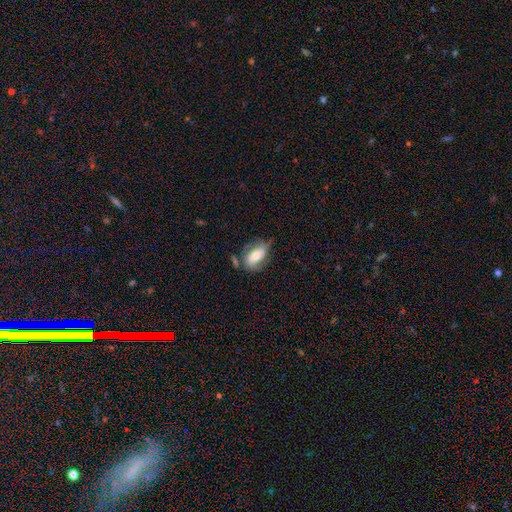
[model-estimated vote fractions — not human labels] This appears to be a smooth galaxy with no disk features (58%) that is in between round and cigar-shaped (87%). Merging: none (50%).